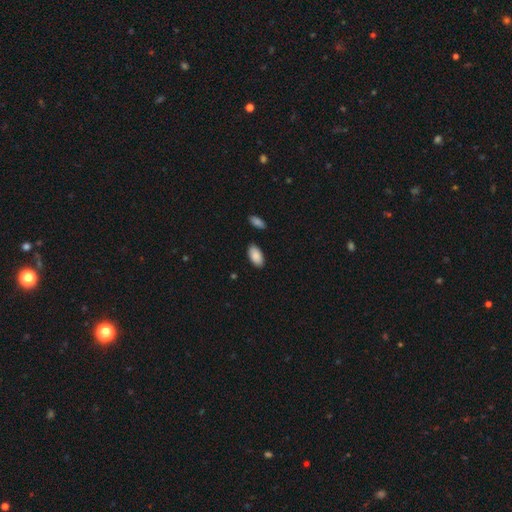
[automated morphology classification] smooth_or_featured: smooth (p=0.89) [alt: star or artifact p=0.06]
how_rounded: in between (p=0.95) [alt: cigar-shaped p=0.03]
merging: none (p=0.87) [alt: minor disturbance p=0.09]